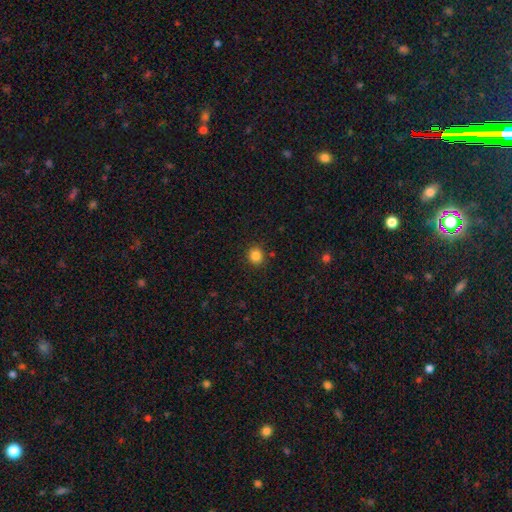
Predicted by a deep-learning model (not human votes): A smooth galaxy with no disk features (84%) that is round (86%).

Vote fractions:
- Smooth or featured? smooth: 84% / star or artifact: 12% / featured or disk: 4%
- How rounded? round: 86% / in between: 13% / cigar-shaped: 1%
- Merging? none: 89% / minor disturbance: 7% / major disturbance: 2% / merger: 2%